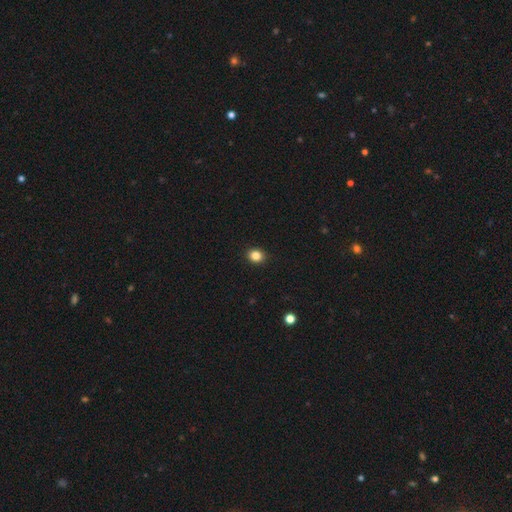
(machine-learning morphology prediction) Overall: smooth (85%). How rounded: round (66%; in between 33%). Merging: none (92%).